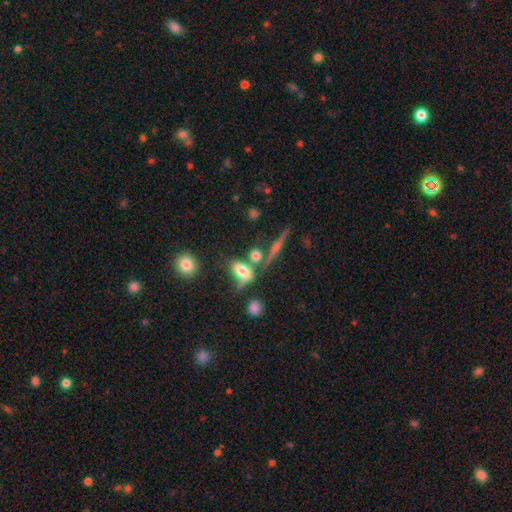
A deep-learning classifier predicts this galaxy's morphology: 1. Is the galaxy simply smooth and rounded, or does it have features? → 53% smooth, 31% featured or disk, 15% star or artifact.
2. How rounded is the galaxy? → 60% in between, 25% round, 15% cigar-shaped.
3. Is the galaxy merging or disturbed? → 53% none, 24% merger, 15% minor disturbance, 9% major disturbance.